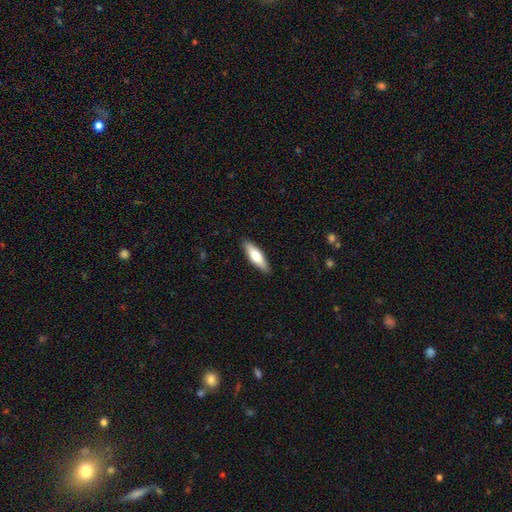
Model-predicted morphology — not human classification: Smooth or featured? smooth (68%)
How rounded? cigar-shaped (52%)
Merging? none (89%)